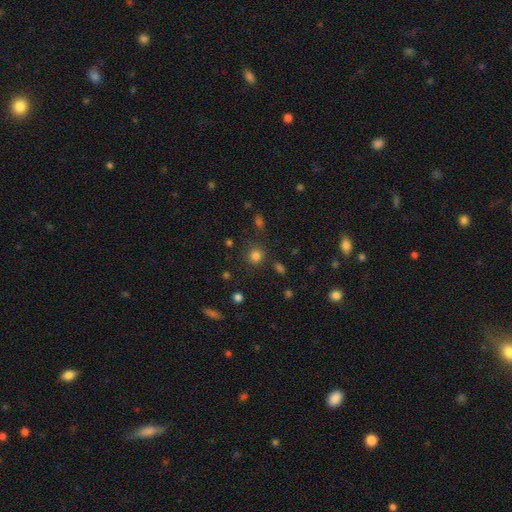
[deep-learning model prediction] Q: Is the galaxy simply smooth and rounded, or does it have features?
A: smooth — 80%.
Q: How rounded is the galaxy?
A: round — 87%.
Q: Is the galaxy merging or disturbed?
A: none — 82%.